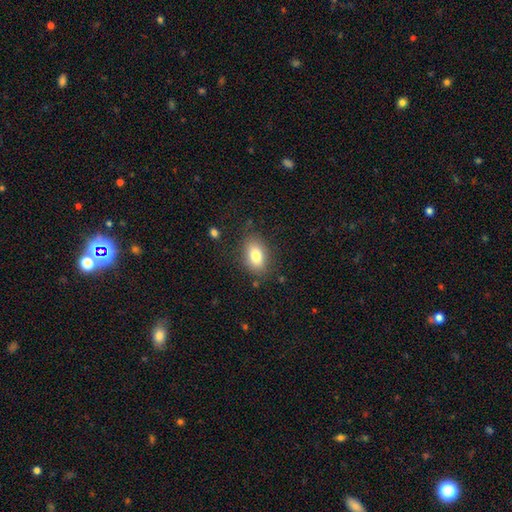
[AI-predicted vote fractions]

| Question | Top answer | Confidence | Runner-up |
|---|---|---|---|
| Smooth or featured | smooth | 80% | featured or disk (11%) |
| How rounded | in between | 87% | round (11%) |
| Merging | none | 81% | minor disturbance (13%) |